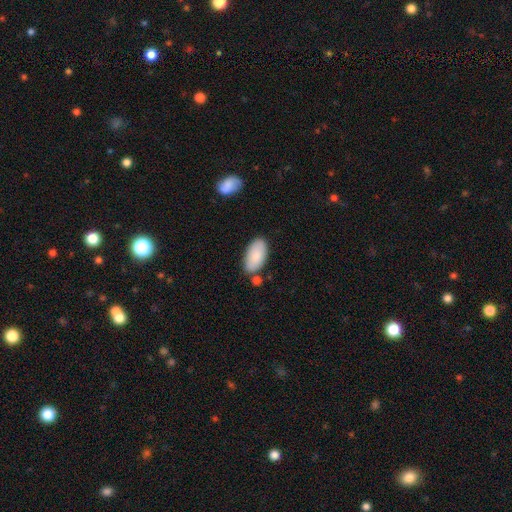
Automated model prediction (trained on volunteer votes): Smooth or featured? Predicted: smooth (p=0.86). How rounded? Predicted: in between (p=0.95). Merging? Predicted: none (p=0.71).